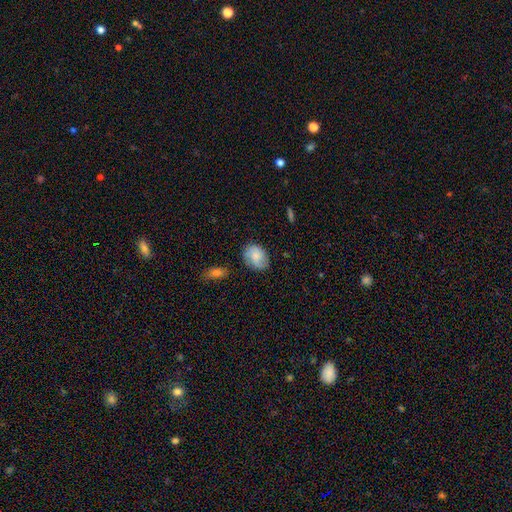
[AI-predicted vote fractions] Smooth or featured? smooth (59%)
How rounded? in between (69%)
Merging? none (66%)